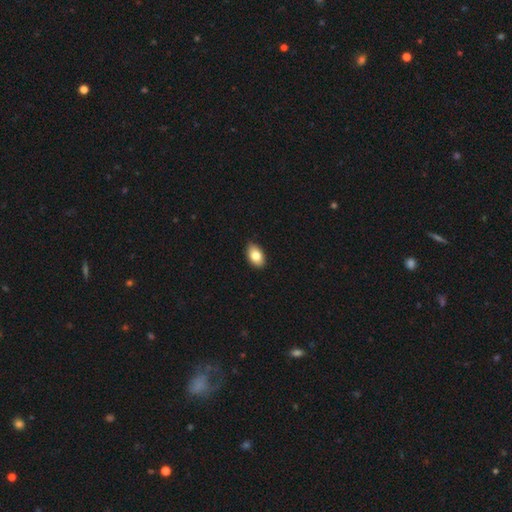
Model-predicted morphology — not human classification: A smooth galaxy with no disk features (80%) that is in between round and cigar-shaped (91%). Merging: none (86%).